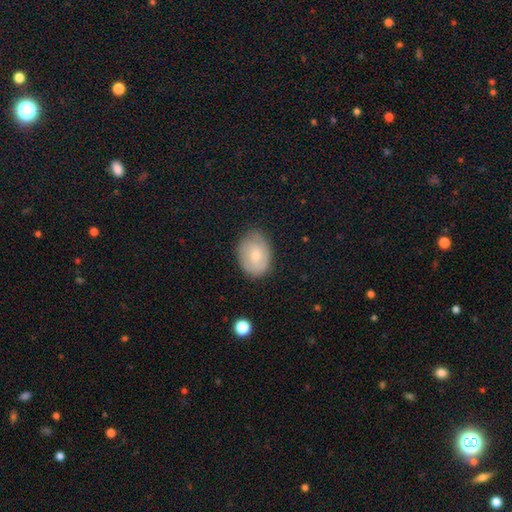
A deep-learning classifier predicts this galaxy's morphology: Smooth or featured?
  - smooth: 62% *
  - featured or disk: 31%
  - star or artifact: 7%
How rounded?
  - in between: 67% *
  - round: 32%
  - cigar-shaped: 1%
Merging?
  - none: 72% *
  - minor disturbance: 22%
  - major disturbance: 5%
  - merger: 1%